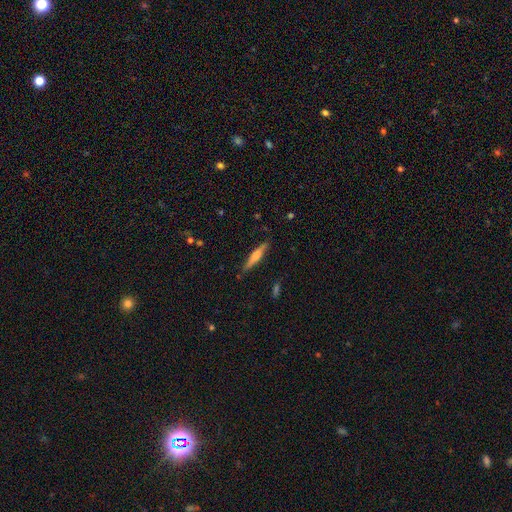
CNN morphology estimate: Smooth or featured? Predicted: smooth (p=0.49). Merging? Predicted: none (p=0.86).